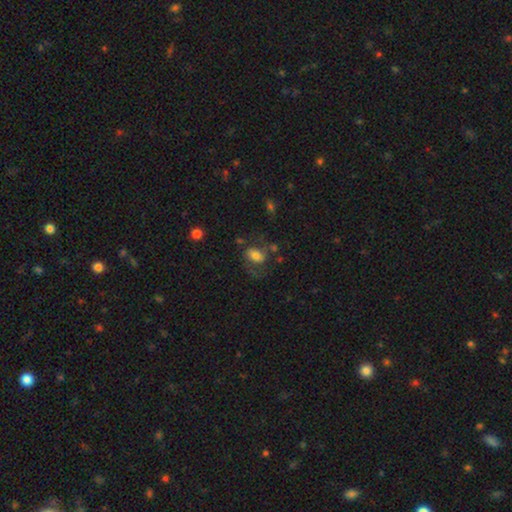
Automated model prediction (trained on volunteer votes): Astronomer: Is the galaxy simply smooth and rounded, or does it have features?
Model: smooth — 57% (runner-up: featured or disk, 33%).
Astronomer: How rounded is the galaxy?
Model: in between — 77%.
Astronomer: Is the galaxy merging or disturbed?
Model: none — 48% (runner-up: major disturbance, 24%).